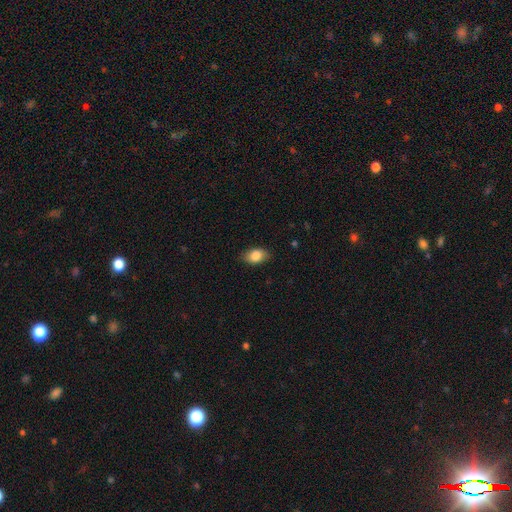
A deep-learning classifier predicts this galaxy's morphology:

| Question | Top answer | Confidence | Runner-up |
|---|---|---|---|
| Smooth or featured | smooth | 85% | star or artifact (8%) |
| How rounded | in between | 84% | round (14%) |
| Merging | none | 83% | minor disturbance (13%) |